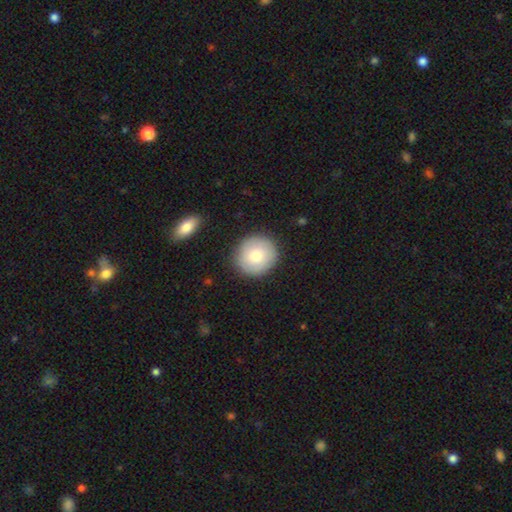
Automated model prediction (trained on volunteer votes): smooth-or-featured: smooth: 79% | featured or disk: 15% | star or artifact: 7%
  how-rounded: round: 90% | in between: 9% | cigar-shaped: 1%
  merging: none: 87% | minor disturbance: 9% | major disturbance: 2% | merger: 2%